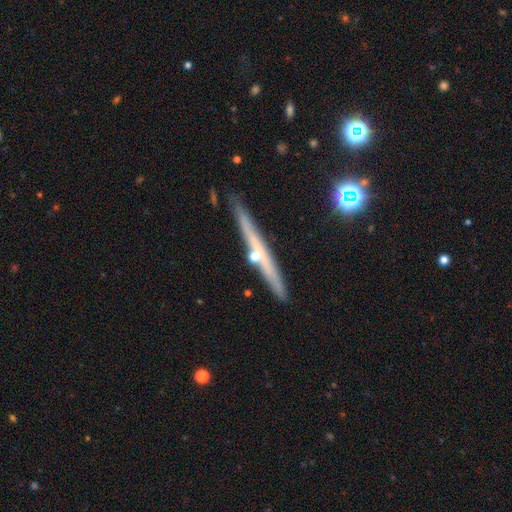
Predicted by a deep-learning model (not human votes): This is likely a featured or disk galaxy (65%). It is clearly viewed edge-on (96%). Edge-on bulge: possibly rounded (51%). Merging: clearly none (84%).